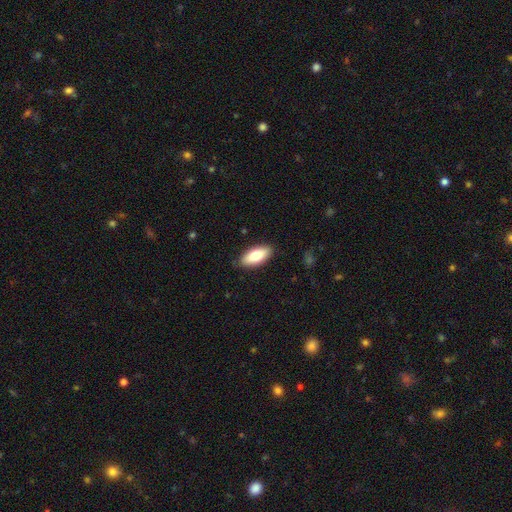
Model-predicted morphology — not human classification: smooth-or-featured: smooth: 79% | featured or disk: 15% | star or artifact: 6%
  how-rounded: in between: 85% | cigar-shaped: 13% | round: 2%
  merging: none: 88% | minor disturbance: 10% | major disturbance: 2% | merger: 1%